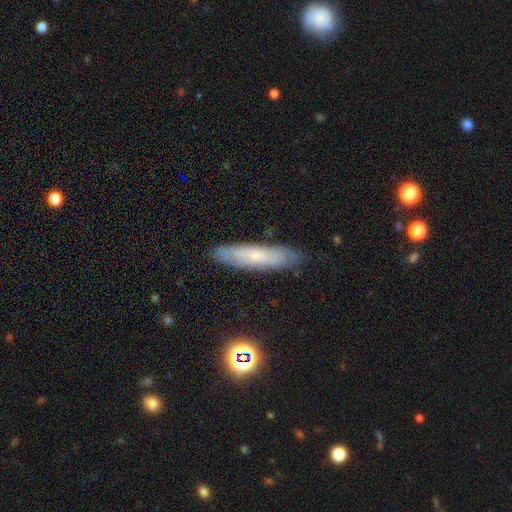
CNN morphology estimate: type=featured or disk (48%); merging=none (82%).